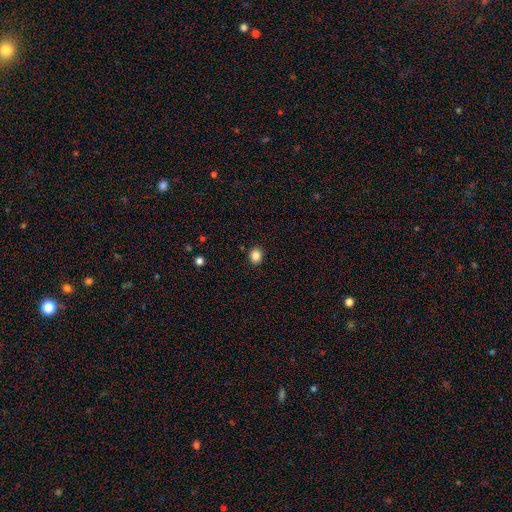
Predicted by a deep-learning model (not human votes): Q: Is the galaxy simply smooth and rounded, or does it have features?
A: smooth — 86%.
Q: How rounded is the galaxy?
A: round — 62%.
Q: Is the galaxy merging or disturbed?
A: none — 90%.